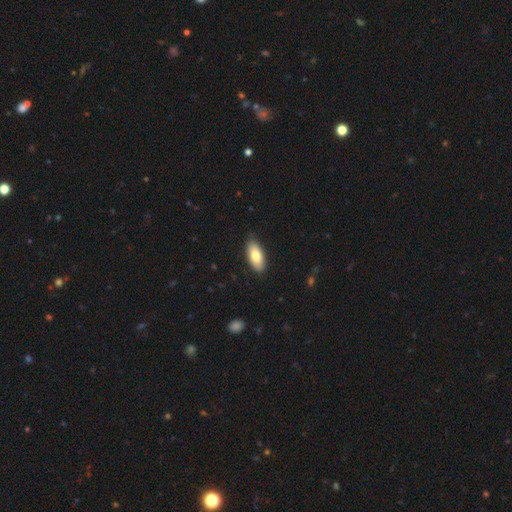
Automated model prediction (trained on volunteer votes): smooth-or-featured: smooth: 77% | featured or disk: 17% | star or artifact: 6%
  how-rounded: in between: 87% | cigar-shaped: 11% | round: 2%
  merging: none: 87% | minor disturbance: 10% | major disturbance: 2% | merger: 1%